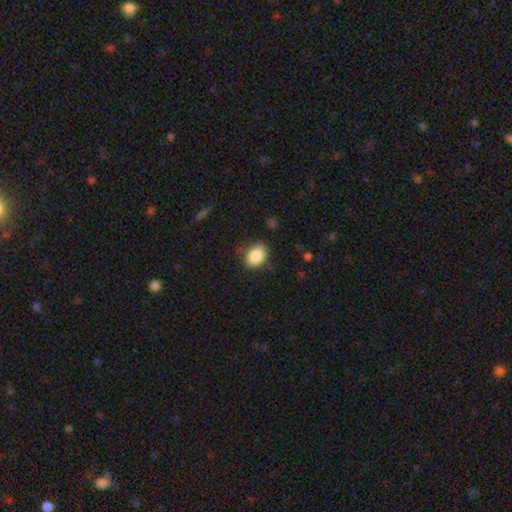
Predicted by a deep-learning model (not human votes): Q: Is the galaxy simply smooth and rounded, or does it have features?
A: smooth — 87%.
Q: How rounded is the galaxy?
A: in between — 77%.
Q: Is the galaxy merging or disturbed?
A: none — 81%.